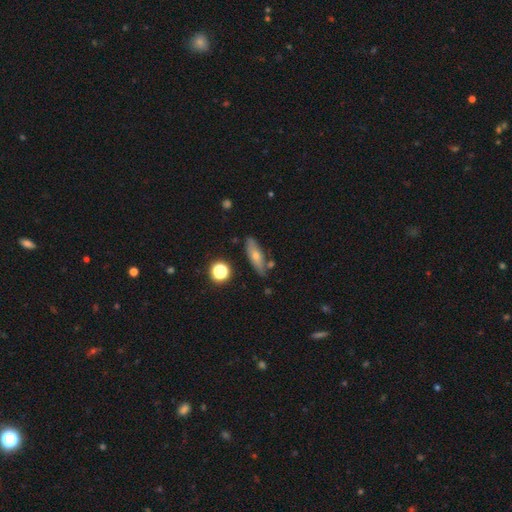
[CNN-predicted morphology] Smooth or featured? Predicted: smooth (p=0.52). How rounded? Predicted: cigar-shaped (p=0.51). Merging? Predicted: none (p=0.78).